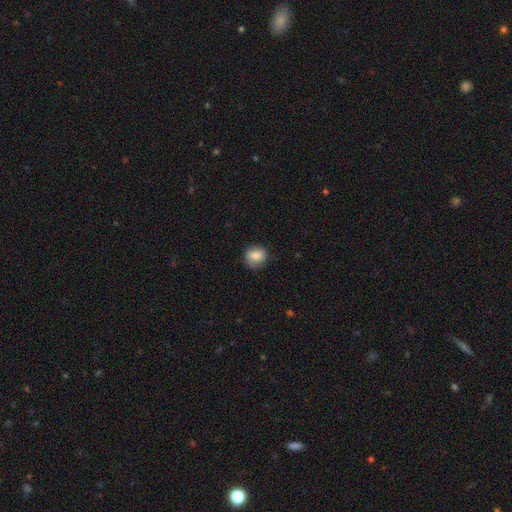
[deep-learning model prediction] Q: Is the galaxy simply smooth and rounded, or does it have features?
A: smooth — 78%.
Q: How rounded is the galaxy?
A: round — 82%.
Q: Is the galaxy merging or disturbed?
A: none — 82%.